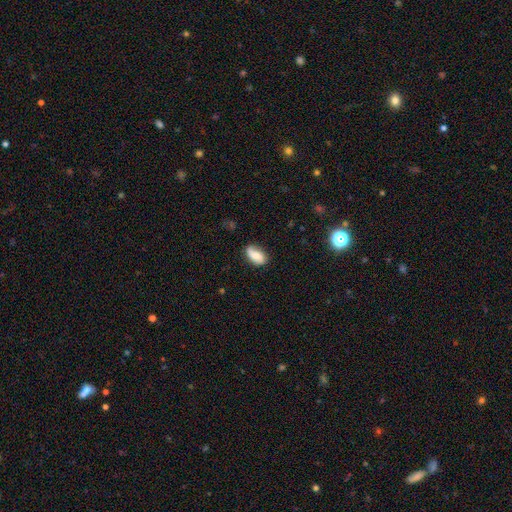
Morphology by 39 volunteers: Volunteers were most divided on "merging": minor disturbance: 50%, none: 42%, major disturbance: 5%, merger: 3%. More confident: how rounded — in between (93%); smooth or featured — smooth (72%).